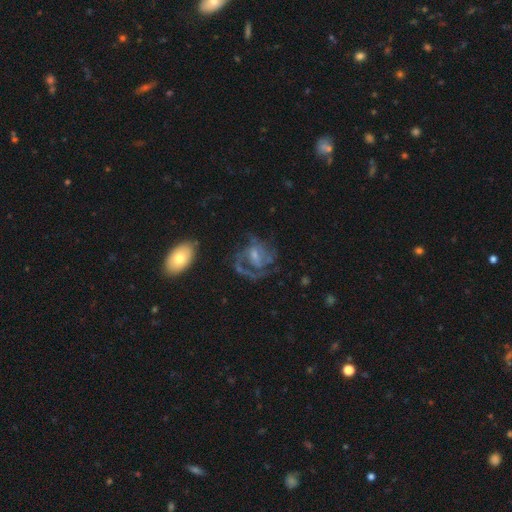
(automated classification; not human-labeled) smooth-or-featured: featured or disk: 75% | smooth: 16% | star or artifact: 9%
  disk-edge-on: no: 97% | yes: 3%
    bar: no: 49% | weak: 41% | strong: 10%
    has-spiral-arms: yes: 79% | no: 21%
      spiral-winding: medium: 43% | tight: 33% | loose: 24%
      spiral-arm-count: 2: 28% (tied) | can't tell: 28% (tied) | 1: 23% | 3: 14% | 4: 4% | more than 4: 3%
    bulge-size: small: 46% | moderate: 35% | none: 12% | large: 5% | dominant: 1%
  merging: none: 43% | major disturbance: 36% | minor disturbance: 17% | merger: 4%